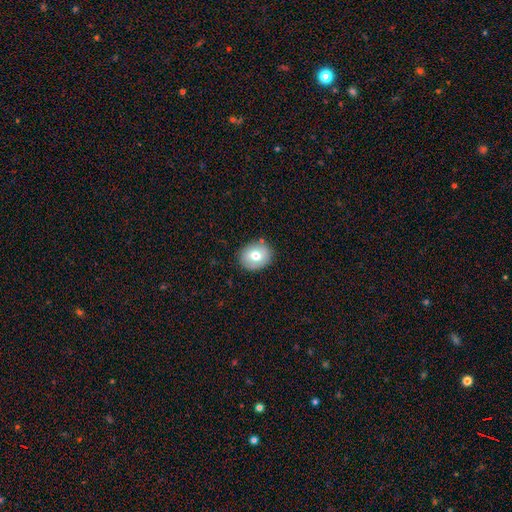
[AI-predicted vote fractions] Smooth or featured?
  - smooth: 71% *
  - featured or disk: 21%
  - star or artifact: 8%
How rounded?
  - round: 58% *
  - in between: 41%
  - cigar-shaped: 1%
Merging?
  - none: 86% *
  - minor disturbance: 10%
  - major disturbance: 2%
  - merger: 2%